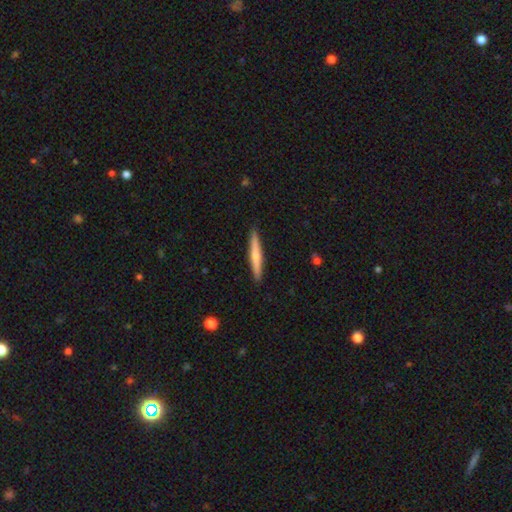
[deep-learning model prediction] smooth 58%, featured or disk 37%, star or artifact 5%. Down the decision tree: how rounded — cigar-shaped (95%); merging — none (91%).